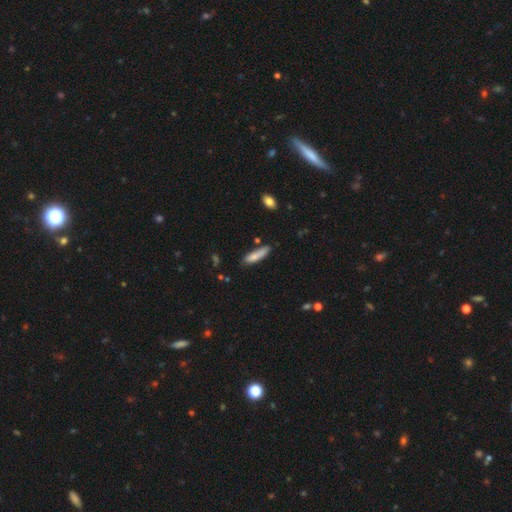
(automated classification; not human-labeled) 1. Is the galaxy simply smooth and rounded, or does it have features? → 81% smooth, 12% featured or disk, 7% star or artifact.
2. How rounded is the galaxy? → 73% cigar-shaped, 25% in between, 1% round.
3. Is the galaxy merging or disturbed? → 71% none, 20% minor disturbance, 5% merger, 4% major disturbance.